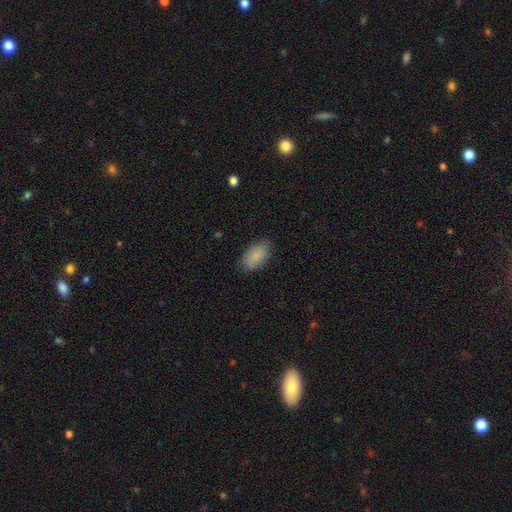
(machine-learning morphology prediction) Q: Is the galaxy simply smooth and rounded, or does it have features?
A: smooth — 88%.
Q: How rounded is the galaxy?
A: in between — 94%.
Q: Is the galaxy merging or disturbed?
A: none — 84%.